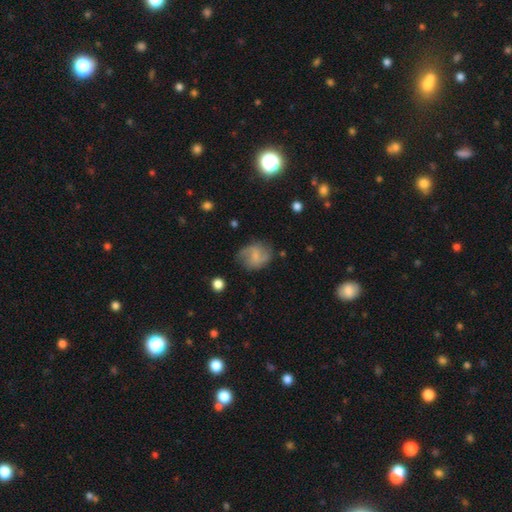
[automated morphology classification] Smooth or featured: featured or disk — 47% (smooth — 44%)
Merging: none — 67% (minor disturbance — 23%)